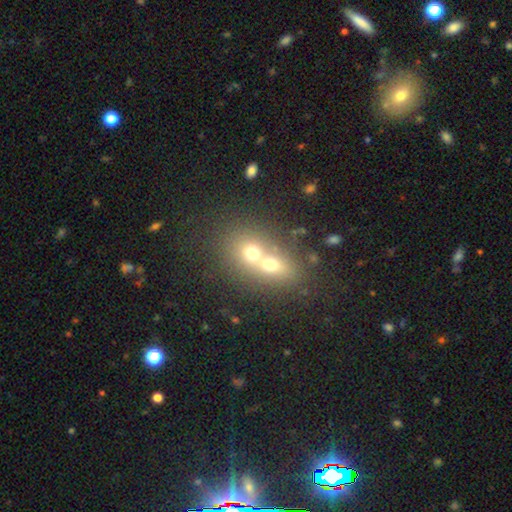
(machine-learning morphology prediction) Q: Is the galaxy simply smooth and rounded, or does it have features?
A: smooth — 60%.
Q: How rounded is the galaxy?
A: round — 54%.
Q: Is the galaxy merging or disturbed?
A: merger — 71%.